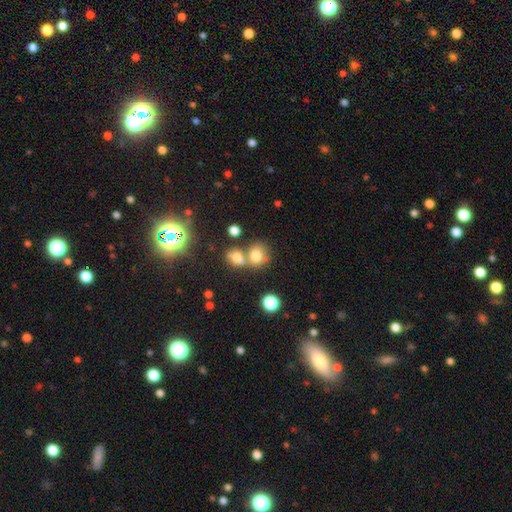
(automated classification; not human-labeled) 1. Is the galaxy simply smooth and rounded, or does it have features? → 74% smooth, 14% star or artifact, 12% featured or disk.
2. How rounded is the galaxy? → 66% round, 33% in between, 1% cigar-shaped.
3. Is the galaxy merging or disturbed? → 45% merger, 40% none, 10% minor disturbance, 5% major disturbance.